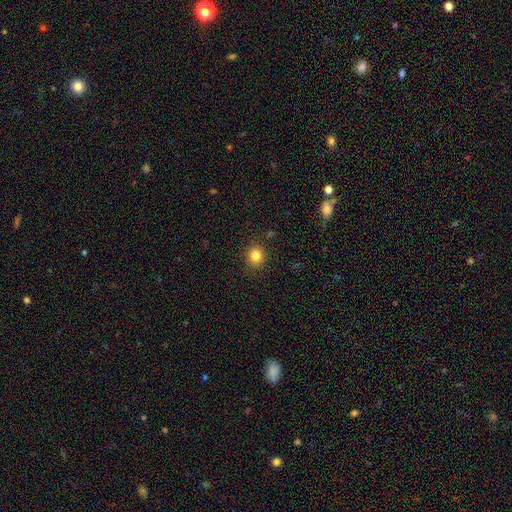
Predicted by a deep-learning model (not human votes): smooth_or_featured: smooth (p=0.83) [alt: star or artifact p=0.12]
how_rounded: round (p=0.81) [alt: in between p=0.18]
merging: none (p=0.89) [alt: minor disturbance p=0.08]